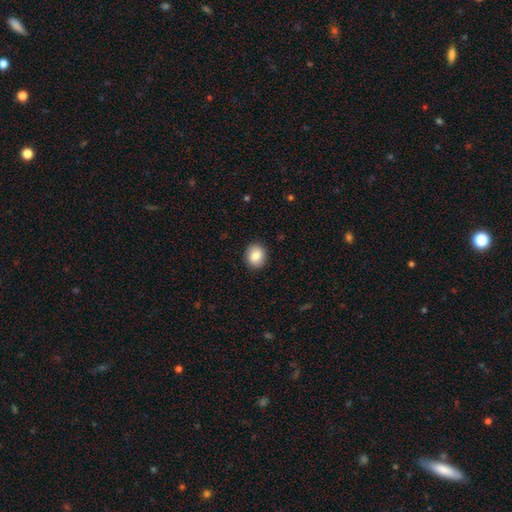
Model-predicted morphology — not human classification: A smooth galaxy with no disk features (84%) that is round (69%). Merging: none (90%).